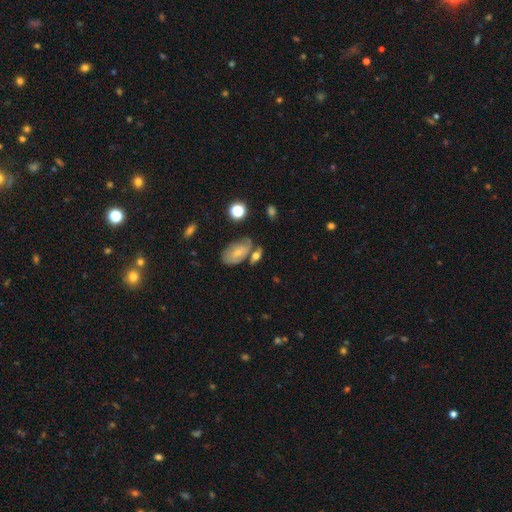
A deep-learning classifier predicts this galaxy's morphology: smooth-or-featured: smooth: 55% | featured or disk: 34% | star or artifact: 12%
  how-rounded: in between: 73% | round: 15% | cigar-shaped: 12%
  merging: none: 50% | merger: 26% | minor disturbance: 17% | major disturbance: 7%